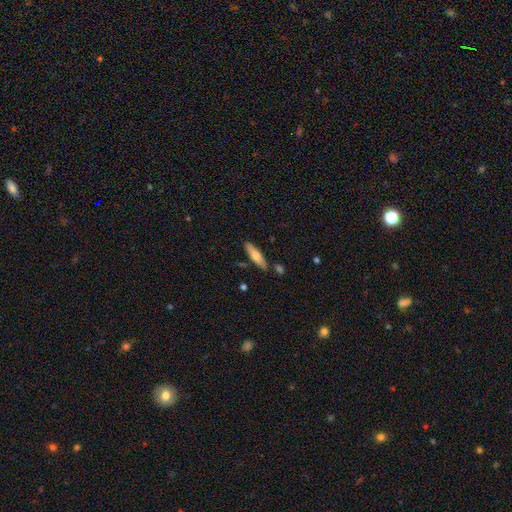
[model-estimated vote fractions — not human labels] This is likely a smooth galaxy (66%). How rounded: likely cigar-shaped (67%). Merging: clearly none (80%).